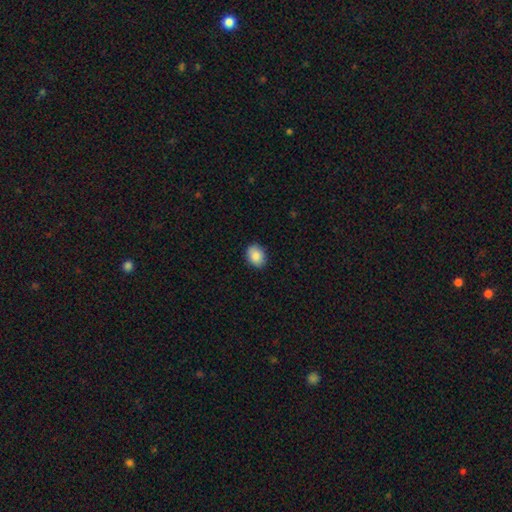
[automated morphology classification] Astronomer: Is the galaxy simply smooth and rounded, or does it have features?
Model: smooth — 88%.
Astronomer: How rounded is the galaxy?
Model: in between — 66%.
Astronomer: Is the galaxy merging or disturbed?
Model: none — 89%.